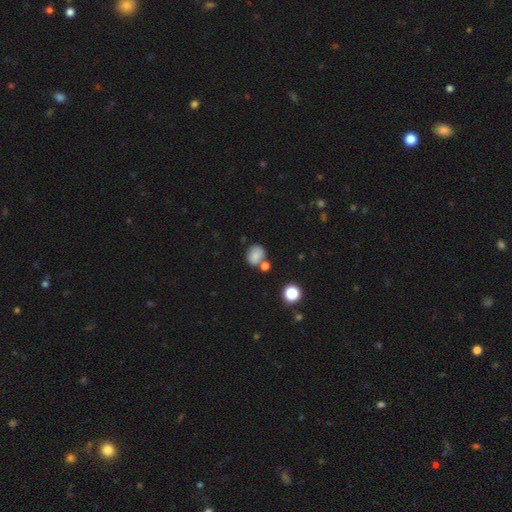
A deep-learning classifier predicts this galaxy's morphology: smooth_or_featured: smooth (p=0.79) [alt: star or artifact p=0.11]
how_rounded: round (p=0.54) [alt: in between p=0.45]
merging: none (p=0.55) [alt: merger p=0.24]